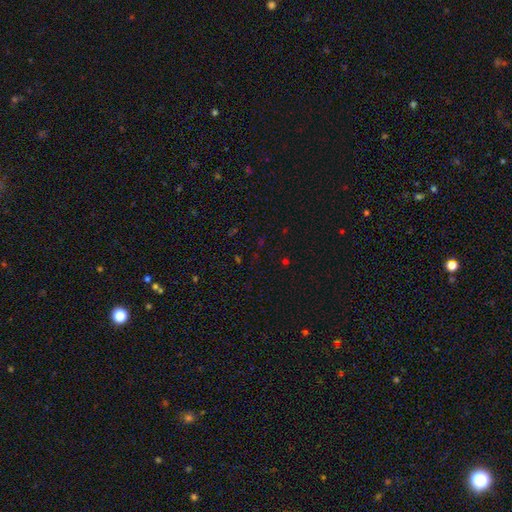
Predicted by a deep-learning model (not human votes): Smooth or featured? star or artifact (62%)